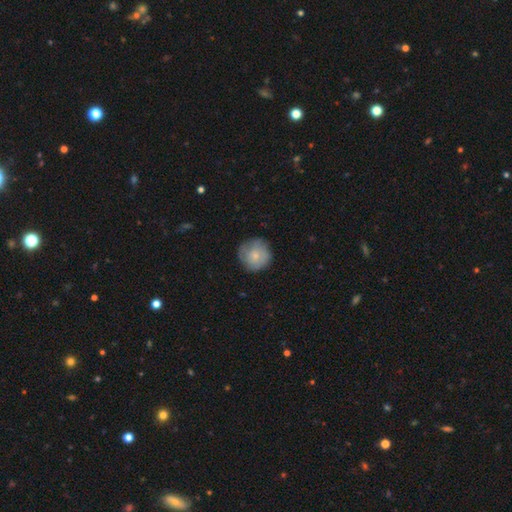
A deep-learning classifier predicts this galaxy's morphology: Smooth or featured? Predicted: smooth (p=0.69). How rounded? Predicted: round (p=0.93). Merging? Predicted: none (p=0.77).